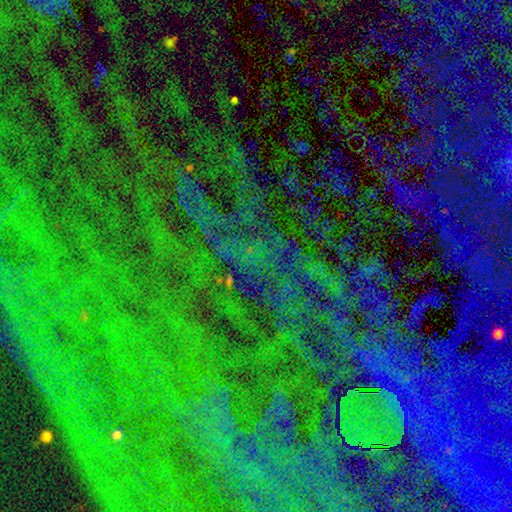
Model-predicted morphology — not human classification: The model was most divided on "smooth or featured": star or artifact: 85%, smooth: 8%, featured or disk: 8%.